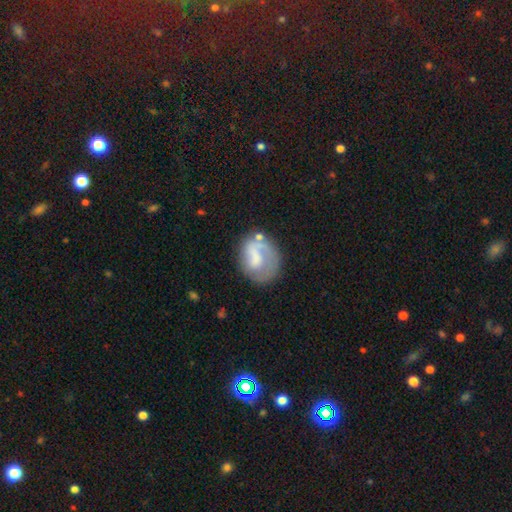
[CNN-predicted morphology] featured or disk 48%, smooth 44%, star or artifact 8%. Down the decision tree: merging — none (51%).